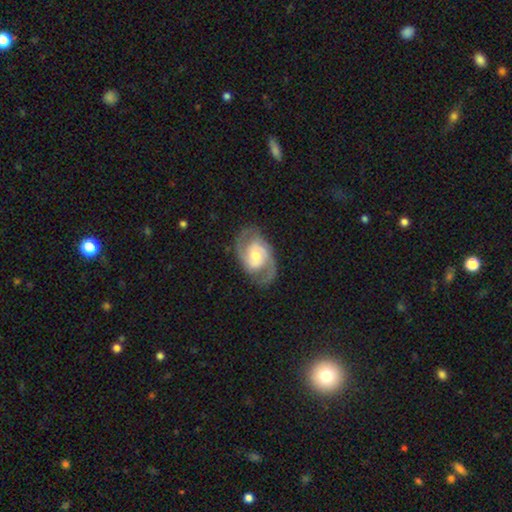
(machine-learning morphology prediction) This is clearly a featured or disk galaxy (85%). It is clearly not viewed edge-on (97%). Bar: possibly no (48%). Spiral arm pattern: clearly yes (95%). Spiral arm count: clearly 2 (87%). Spiral winding: possibly medium (53%). Central bulge: possibly moderate (58%). Merging: likely none (78%).